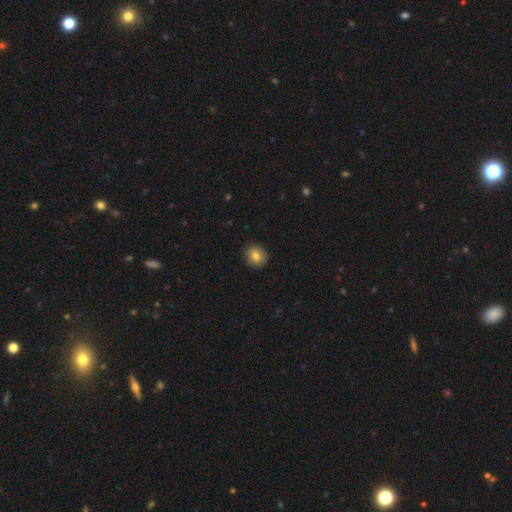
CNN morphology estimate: Smooth or featured: smooth — 79% (featured or disk — 11%)
How rounded: round — 83% (in between — 16%)
Merging: none — 89% (minor disturbance — 8%)